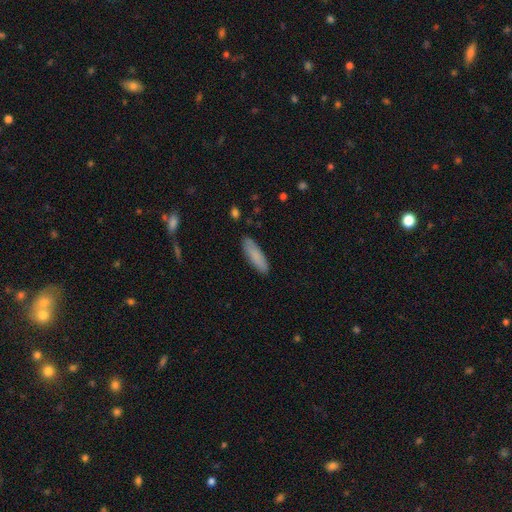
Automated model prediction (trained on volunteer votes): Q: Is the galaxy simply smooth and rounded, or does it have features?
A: smooth — 85%.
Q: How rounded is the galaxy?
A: cigar-shaped — 57%.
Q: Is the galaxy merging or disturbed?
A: none — 87%.